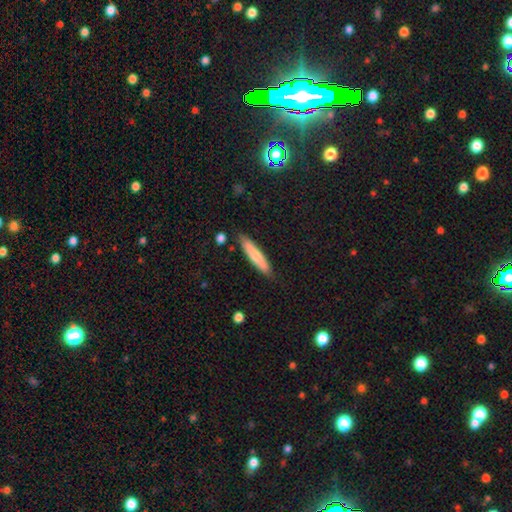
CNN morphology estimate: This is likely a smooth galaxy (70%). How rounded: clearly cigar-shaped (86%). Merging: clearly none (84%).